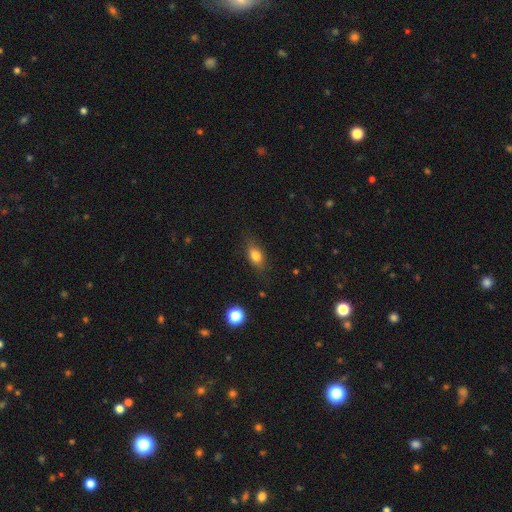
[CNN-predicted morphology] Q: Smooth or featured?
A: smooth (76%); runner-up: featured or disk (14%)
Q: How rounded?
A: in between (75%); runner-up: round (14%)
Q: Merging?
A: none (78%); runner-up: minor disturbance (17%)